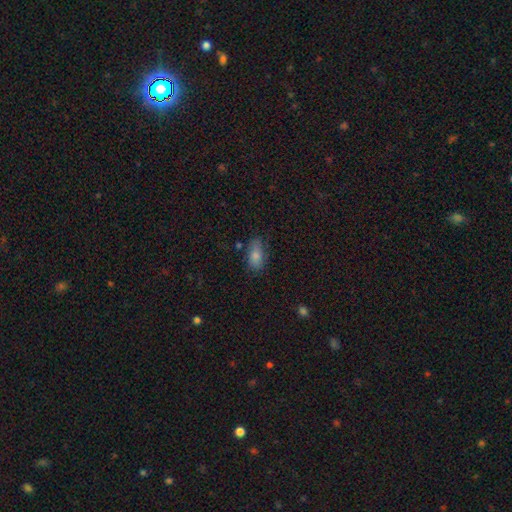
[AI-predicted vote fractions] Q: Smooth or featured?
A: smooth (81%); runner-up: featured or disk (10%)
Q: How rounded?
A: in between (88%); runner-up: cigar-shaped (6%)
Q: Merging?
A: none (69%); runner-up: minor disturbance (22%)